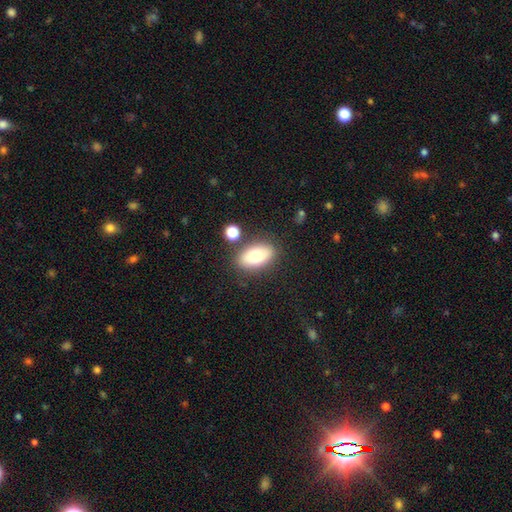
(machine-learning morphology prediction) Smooth or featured: smooth — 72% (featured or disk — 20%)
How rounded: in between — 89% (round — 8%)
Merging: none — 80% (minor disturbance — 11%)